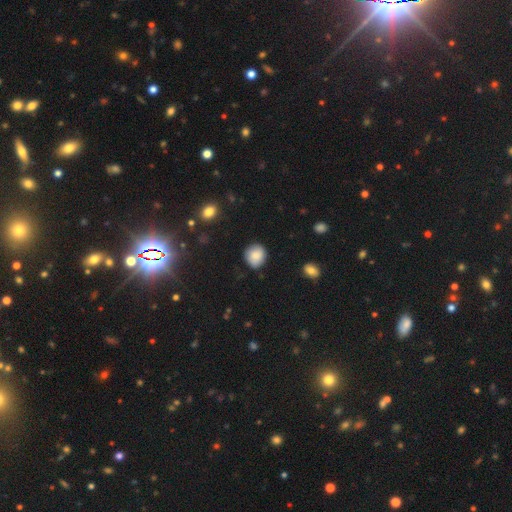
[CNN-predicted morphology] This is clearly a smooth galaxy (85%). How rounded: likely round (79%). Merging: clearly none (82%).